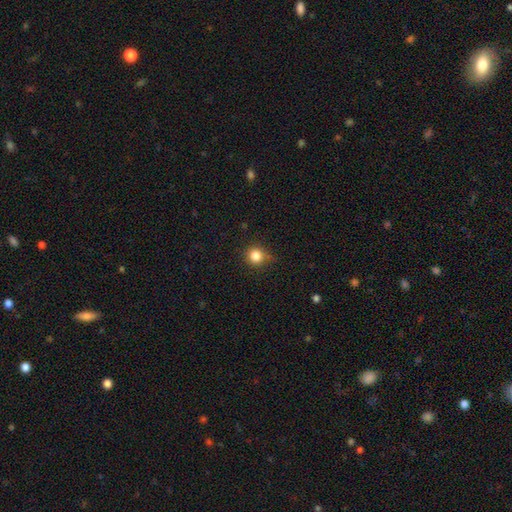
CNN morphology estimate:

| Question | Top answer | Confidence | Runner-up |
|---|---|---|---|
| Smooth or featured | smooth | 83% | star or artifact (12%) |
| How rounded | round | 92% | in between (7%) |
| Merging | none | 80% | minor disturbance (15%) |